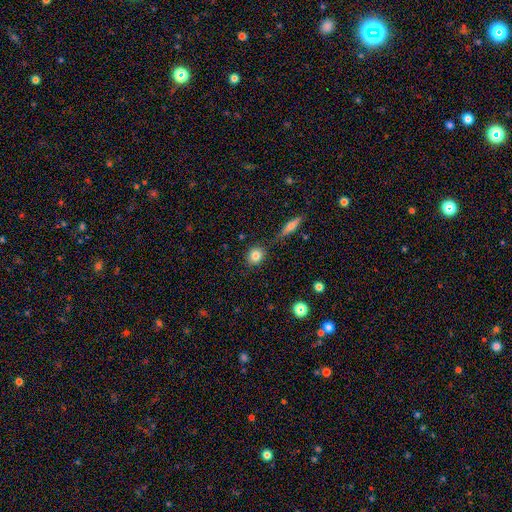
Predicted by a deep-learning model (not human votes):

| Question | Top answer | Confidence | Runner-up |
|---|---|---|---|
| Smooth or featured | smooth | 82% | star or artifact (9%) |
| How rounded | round | 73% | in between (25%) |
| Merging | none | 82% | minor disturbance (10%) |